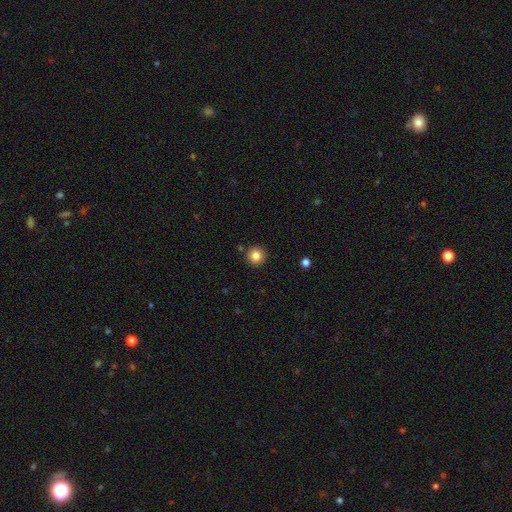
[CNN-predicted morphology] Overall: smooth (83%). How rounded: round (95%). Merging: none (90%).